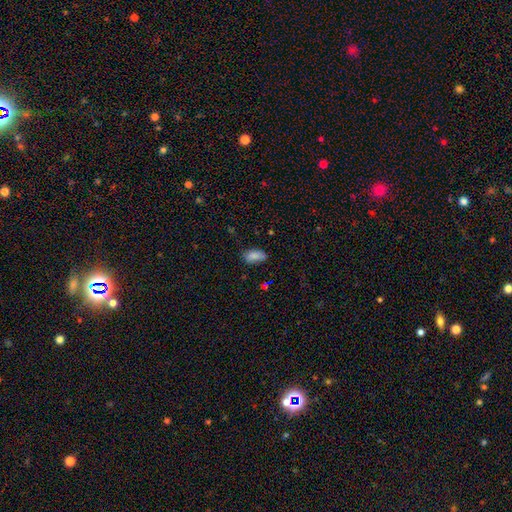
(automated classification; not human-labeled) smooth 85%, star or artifact 9%, featured or disk 7%. Down the decision tree: how rounded — in between (91%); merging — none (68%).